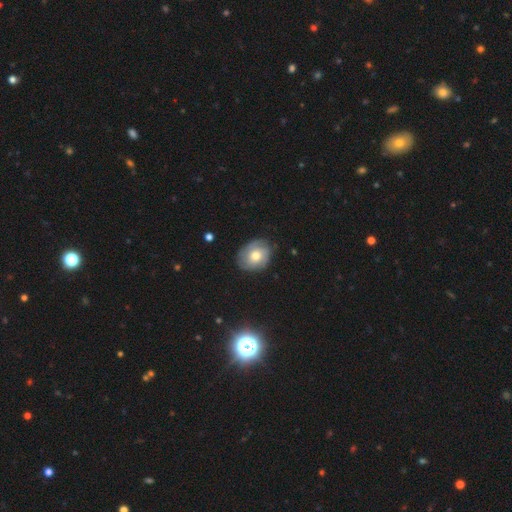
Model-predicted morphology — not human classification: A smooth galaxy with no disk features (48%).

Vote fractions:
- Smooth or featured? smooth: 48% / featured or disk: 44% / star or artifact: 8%
- Merging? none: 74% / minor disturbance: 20% / major disturbance: 5% / merger: 1%